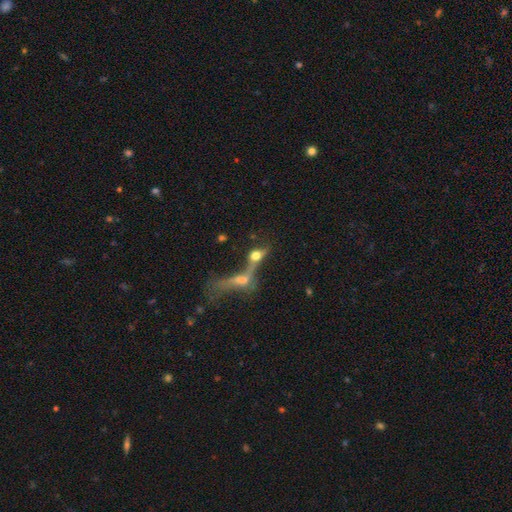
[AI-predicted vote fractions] Morphology: type=smooth (54%); roundness=in between (49%); merging=merger (60%).